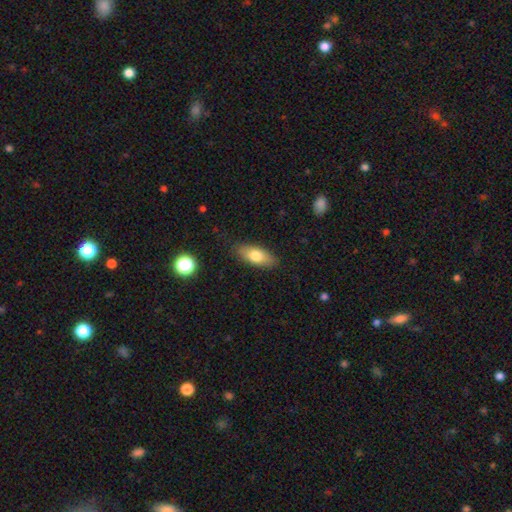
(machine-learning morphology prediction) smooth 75%, featured or disk 18%, star or artifact 7%. Down the decision tree: how rounded — in between (80%); merging — none (85%).